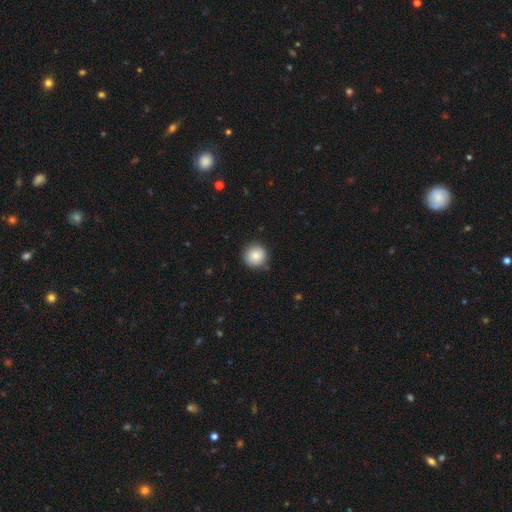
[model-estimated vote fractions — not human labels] smooth 85%, star or artifact 8%, featured or disk 6%. Down the decision tree: how rounded — round (94%); merging — none (85%).